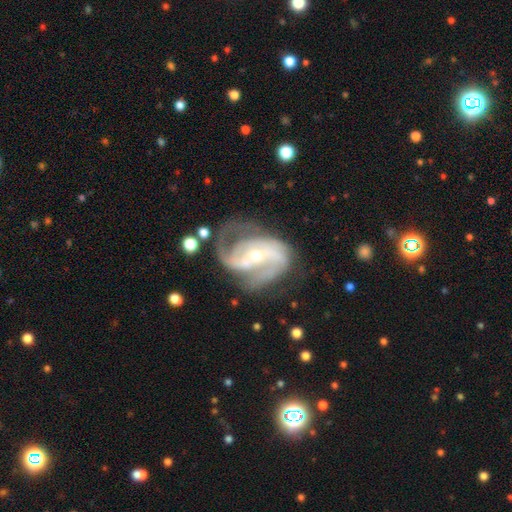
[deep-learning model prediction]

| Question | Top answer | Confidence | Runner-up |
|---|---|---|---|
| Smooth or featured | featured or disk | 89% | star or artifact (6%) |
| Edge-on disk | no | 97% | yes (3%) |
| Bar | weak | 37% | strong (36%) |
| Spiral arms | yes | 96% | no (4%) |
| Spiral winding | medium | 50% | tight (28%) |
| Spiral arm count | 2 | 65% | 3 (15%) |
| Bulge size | small | 55% | moderate (41%) |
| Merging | none | 49% | major disturbance (24%) |